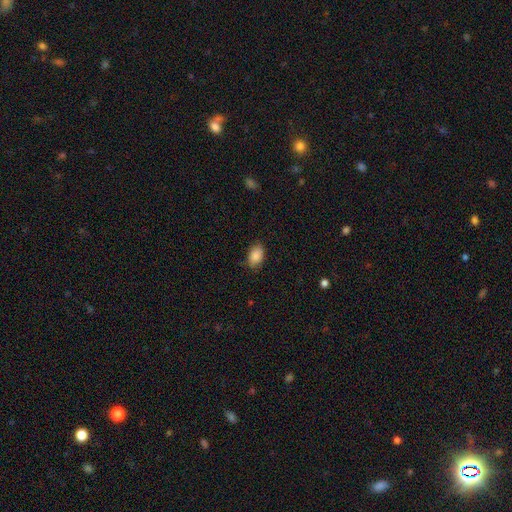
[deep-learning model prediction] smooth-or-featured: smooth: 88% | star or artifact: 7% | featured or disk: 5%
  how-rounded: in between: 89% | round: 10% | cigar-shaped: 1%
  merging: none: 82% | minor disturbance: 14% | major disturbance: 3% | merger: 1%